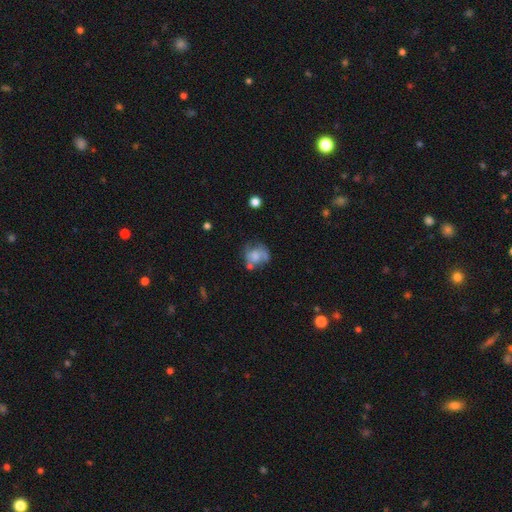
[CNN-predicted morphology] type=smooth (46%); merging=none (38%).